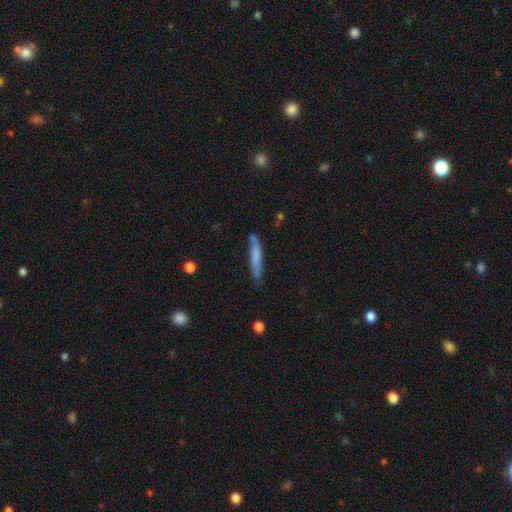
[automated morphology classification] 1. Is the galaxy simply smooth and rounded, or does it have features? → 67% smooth, 27% featured or disk, 6% star or artifact.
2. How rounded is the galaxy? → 92% cigar-shaped, 7% in between, 1% round.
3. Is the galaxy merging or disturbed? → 73% none, 20% minor disturbance, 4% major disturbance, 4% merger.